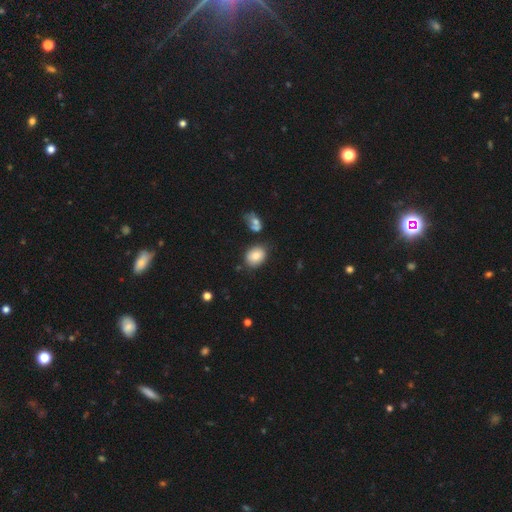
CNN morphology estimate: smooth-or-featured: smooth: 82% | featured or disk: 9% | star or artifact: 9%
  how-rounded: in between: 64% | round: 35% | cigar-shaped: 1%
  merging: none: 75% | minor disturbance: 15% | merger: 6% | major disturbance: 4%